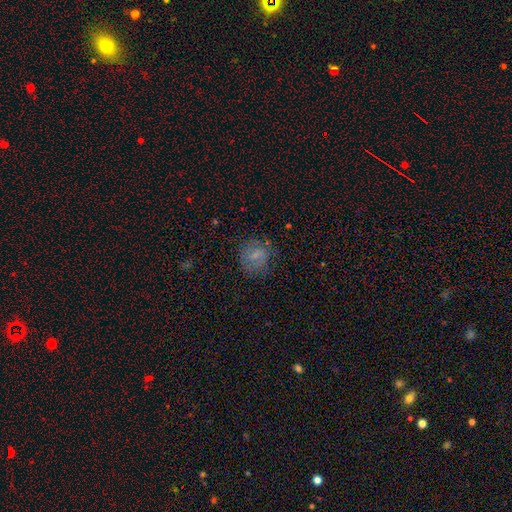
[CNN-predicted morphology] Smooth or featured: smooth — 57% (featured or disk — 29%)
How rounded: round — 73% (in between — 25%)
Merging: none — 73% (minor disturbance — 17%)